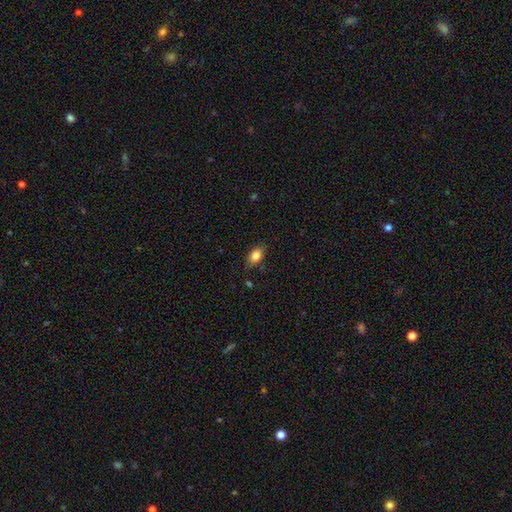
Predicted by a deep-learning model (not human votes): The model was most divided on "merging": none: 81%, minor disturbance: 14%, major disturbance: 3%, merger: 1%. More confident: how rounded — in between (85%); smooth or featured — smooth (83%).